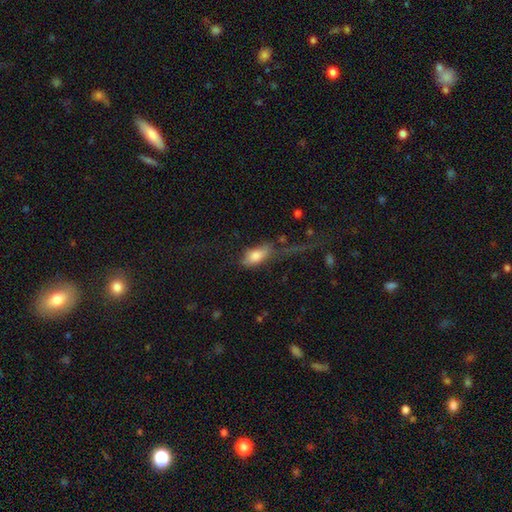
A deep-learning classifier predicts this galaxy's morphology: type=smooth (79%); roundness=in between (86%); merging=none (36%).